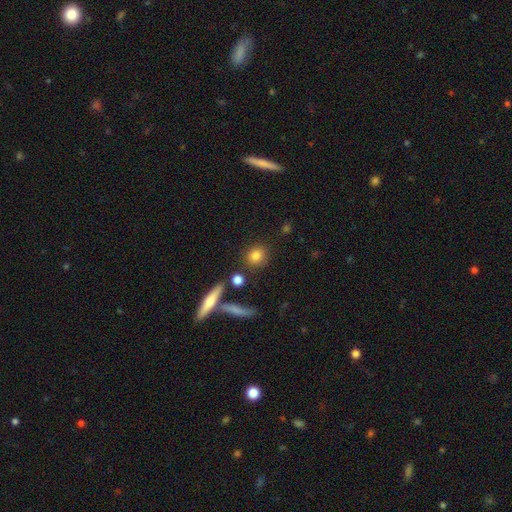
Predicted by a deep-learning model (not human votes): Smooth or featured: smooth — 81% (star or artifact — 10%)
How rounded: round — 80% (in between — 16%)
Merging: none — 80% (minor disturbance — 9%)